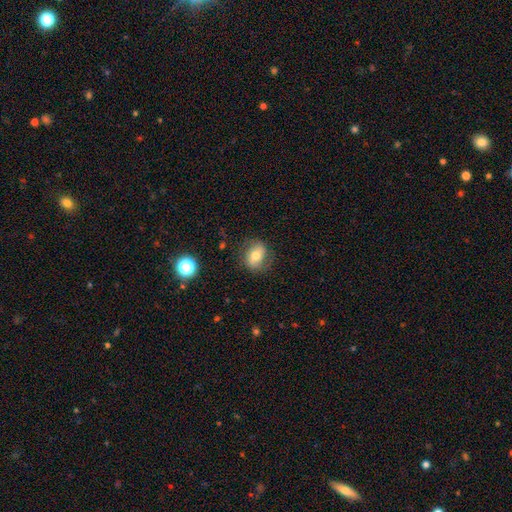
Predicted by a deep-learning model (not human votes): Overall: smooth (60%; featured or disk 30%). How rounded: in between (60%; round 38%). Merging: none (76%).